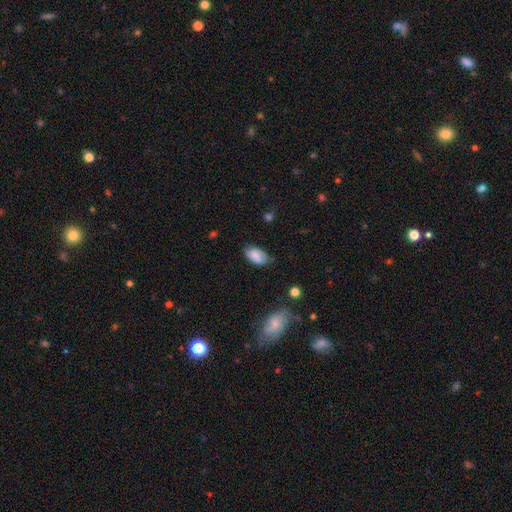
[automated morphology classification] This is likely a smooth galaxy (79%). How rounded: clearly in between (94%). Merging: likely none (67%).